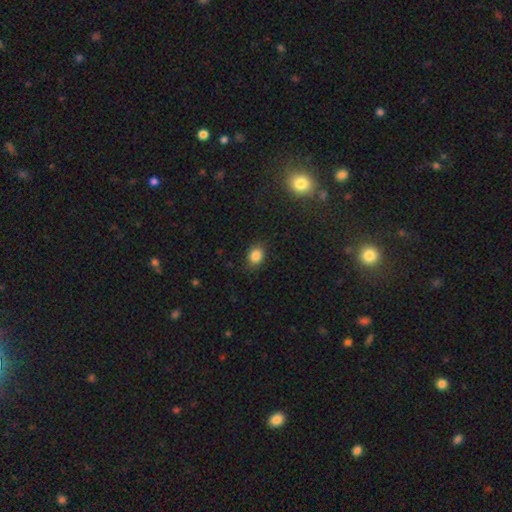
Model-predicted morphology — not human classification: smooth 85%, star or artifact 11%, featured or disk 5%. Down the decision tree: how rounded — in between (50%); merging — none (84%).